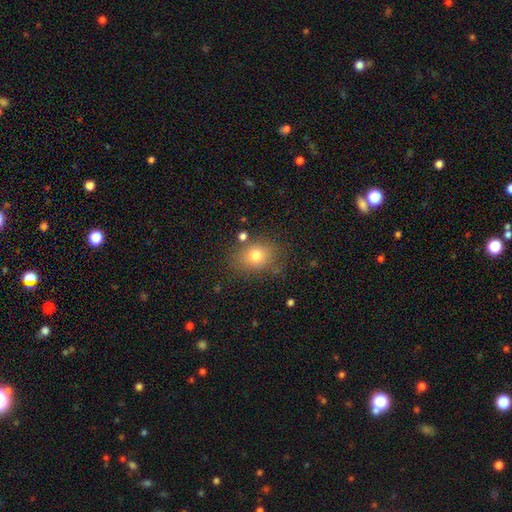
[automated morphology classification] Smooth or featured? Predicted: smooth (p=0.75). How rounded? Predicted: round (p=0.50). Merging? Predicted: none (p=0.76).